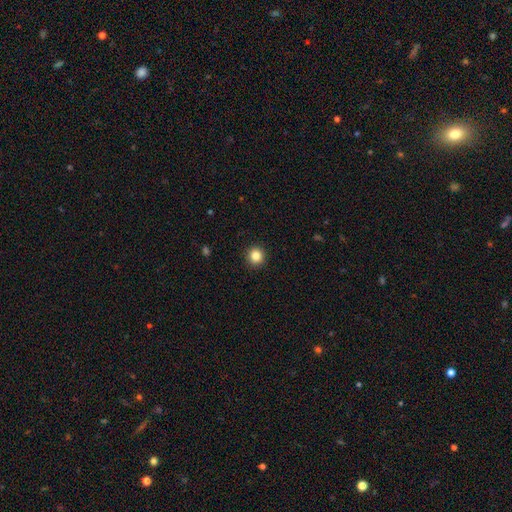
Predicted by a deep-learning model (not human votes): Q: Smooth or featured?
A: smooth (85%); runner-up: star or artifact (11%)
Q: How rounded?
A: round (93%); runner-up: in between (6%)
Q: Merging?
A: none (93%); runner-up: minor disturbance (4%)